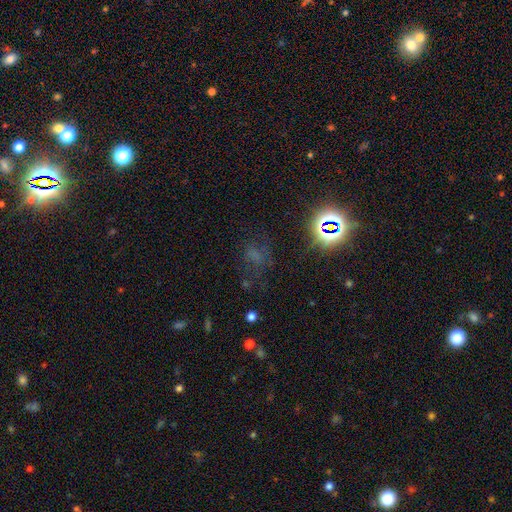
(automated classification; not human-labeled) Q: Smooth or featured?
A: star or artifact (48%); runner-up: smooth (36%)